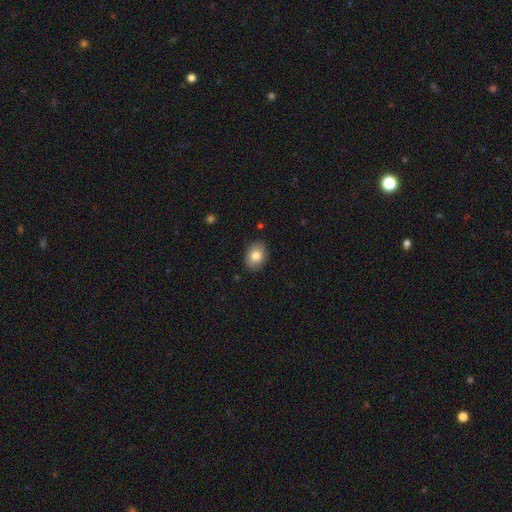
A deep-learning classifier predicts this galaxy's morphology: smooth-or-featured: smooth: 82% | featured or disk: 11% | star or artifact: 8%
  how-rounded: in between: 74% | round: 25% | cigar-shaped: 1%
  merging: none: 88% | minor disturbance: 9% | major disturbance: 2% | merger: 1%